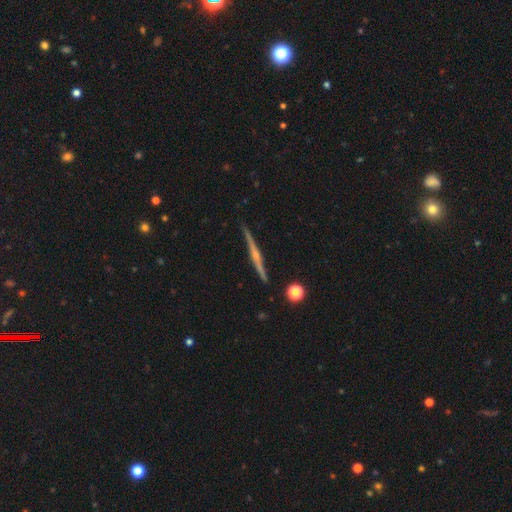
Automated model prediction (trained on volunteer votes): Overall: featured or disk (80%). Edge-on disk: yes (98%). Edge-on bulge: rounded (78%). Merging: none (90%).